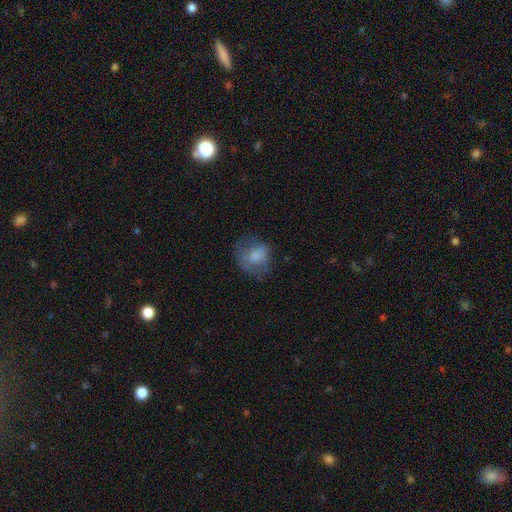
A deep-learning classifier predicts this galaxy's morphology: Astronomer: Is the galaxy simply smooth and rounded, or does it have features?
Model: smooth — 70%.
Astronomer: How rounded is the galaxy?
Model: round — 61% (runner-up: in between, 38%).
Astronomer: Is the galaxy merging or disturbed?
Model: none — 50% (runner-up: minor disturbance, 26%).